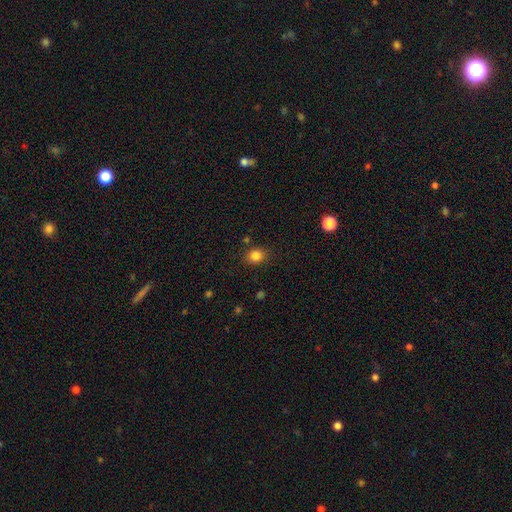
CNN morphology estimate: Smooth or featured? smooth (84%)
How rounded? round (65%)
Merging? none (84%)